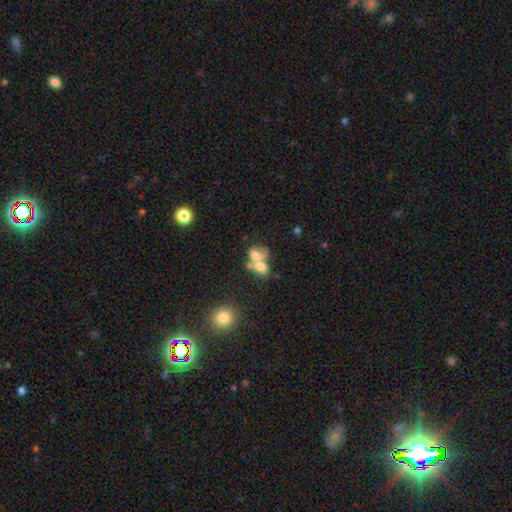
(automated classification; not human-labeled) smooth-or-featured: smooth: 65% | featured or disk: 24% | star or artifact: 12%
  how-rounded: in between: 64% | round: 34% | cigar-shaped: 2%
  merging: merger: 69% | none: 18% | minor disturbance: 7% | major disturbance: 7%